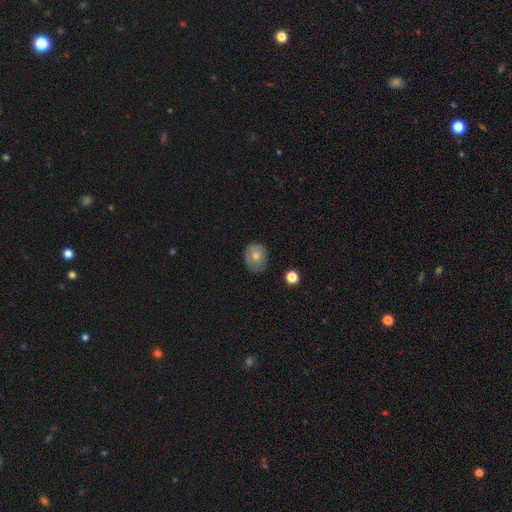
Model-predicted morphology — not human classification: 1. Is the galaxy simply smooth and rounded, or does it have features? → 72% smooth, 19% featured or disk, 9% star or artifact.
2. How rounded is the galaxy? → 59% round, 40% in between, 1% cigar-shaped.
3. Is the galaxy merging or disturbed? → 70% none, 23% minor disturbance, 5% major disturbance, 2% merger.